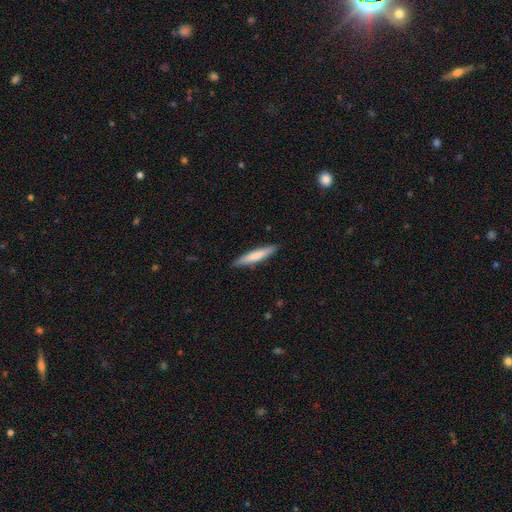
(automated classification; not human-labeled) Smooth or featured? smooth (72%)
How rounded? cigar-shaped (91%)
Merging? none (89%)